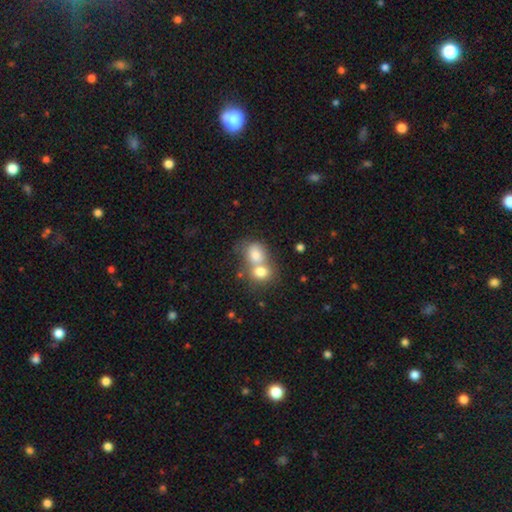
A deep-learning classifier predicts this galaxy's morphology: Smooth or featured? smooth (74%)
How rounded? round (57%)
Merging? merger (68%)